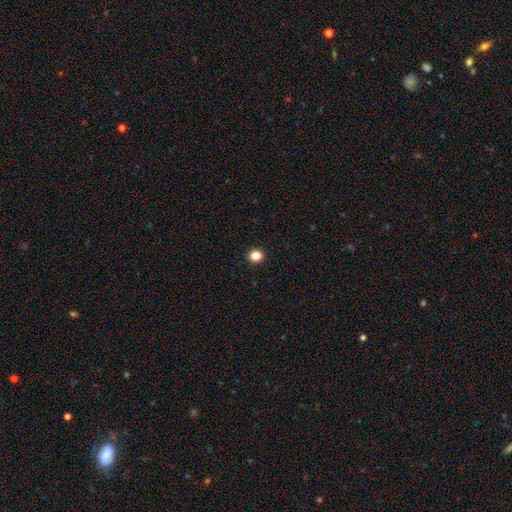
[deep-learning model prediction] Overall: smooth (84%). How rounded: round (81%). Merging: none (93%).